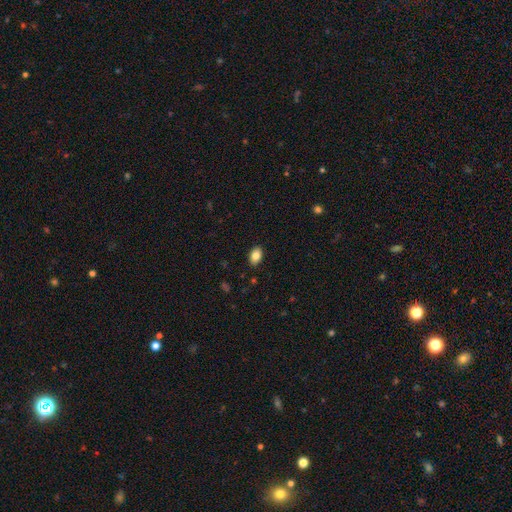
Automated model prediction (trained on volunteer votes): Overall: smooth (84%). How rounded: in between (88%). Merging: none (89%).